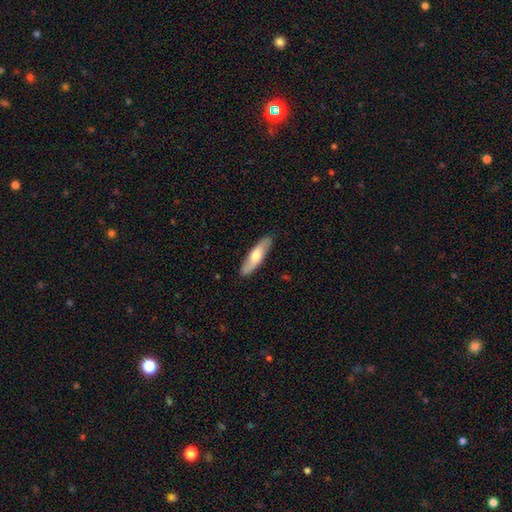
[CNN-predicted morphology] Smooth or featured?
  - smooth: 57% *
  - featured or disk: 38%
  - star or artifact: 5%
How rounded?
  - cigar-shaped: 67% *
  - in between: 31%
  - round: 2%
Merging?
  - none: 87% *
  - minor disturbance: 10%
  - major disturbance: 2%
  - merger: 1%